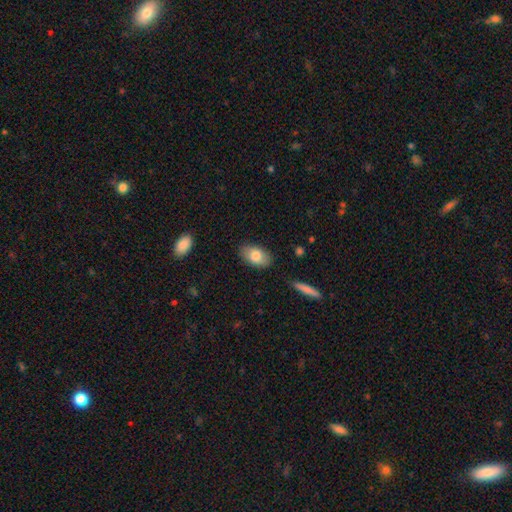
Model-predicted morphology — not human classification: Smooth or featured? smooth (79%)
How rounded? in between (92%)
Merging? none (84%)